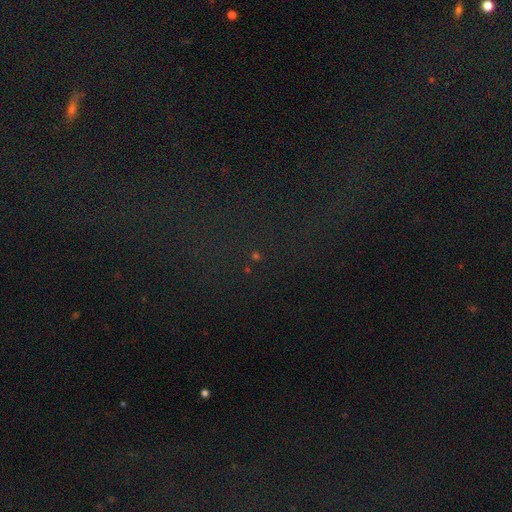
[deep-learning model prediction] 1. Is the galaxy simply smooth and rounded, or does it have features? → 72% star or artifact, 20% smooth, 9% featured or disk.